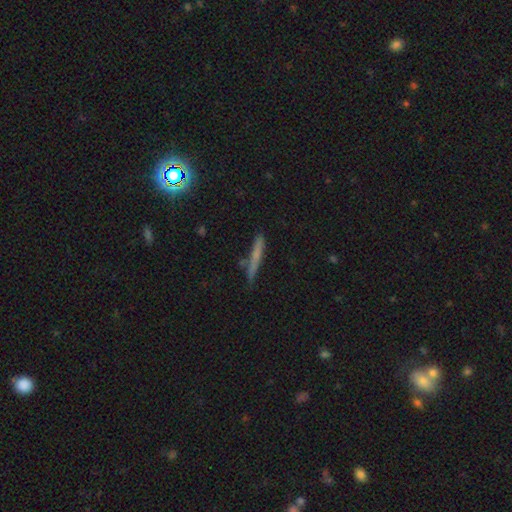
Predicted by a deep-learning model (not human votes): Smooth or featured? Predicted: smooth (p=0.56). How rounded? Predicted: cigar-shaped (p=0.94). Merging? Predicted: none (p=0.79).